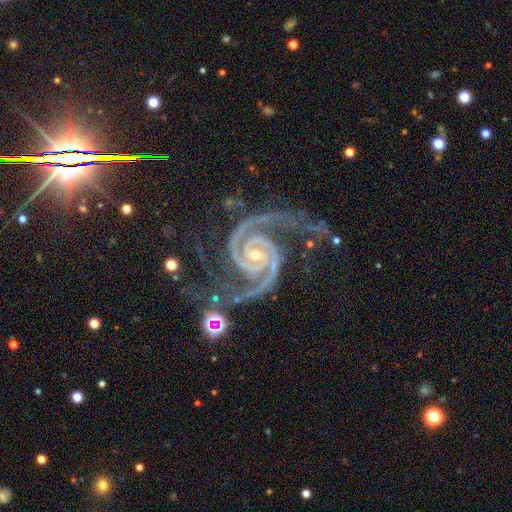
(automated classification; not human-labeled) Smooth or featured? Predicted: featured or disk (p=0.94). Edge-on disk? Predicted: no (p=0.98). Bar? Predicted: no (p=0.56). Spiral arms? Predicted: yes (p=0.99). Spiral winding? Predicted: tight (p=0.53). Spiral arm count? Predicted: 2 (p=0.89). Bulge size? Predicted: small (p=0.68). Merging? Predicted: none (p=0.57).